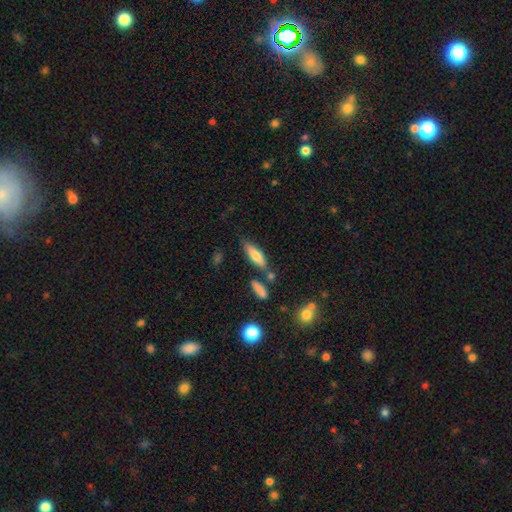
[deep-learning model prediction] Overall: smooth (75%). How rounded: cigar-shaped (50%; in between 48%). Merging: none (71%).